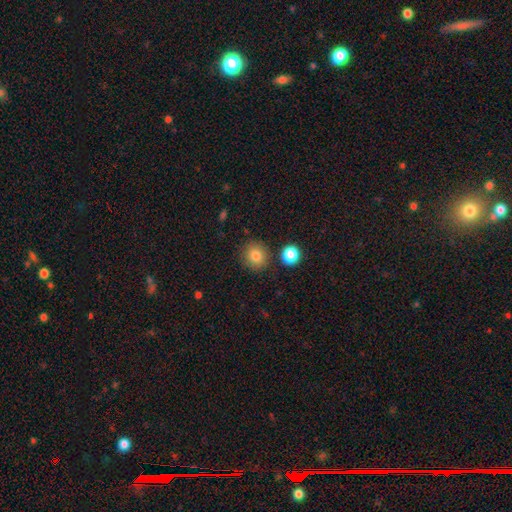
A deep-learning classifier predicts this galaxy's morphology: Q: Smooth or featured?
A: smooth (83%); runner-up: star or artifact (10%)
Q: How rounded?
A: round (87%); runner-up: in between (12%)
Q: Merging?
A: none (85%); runner-up: minor disturbance (8%)